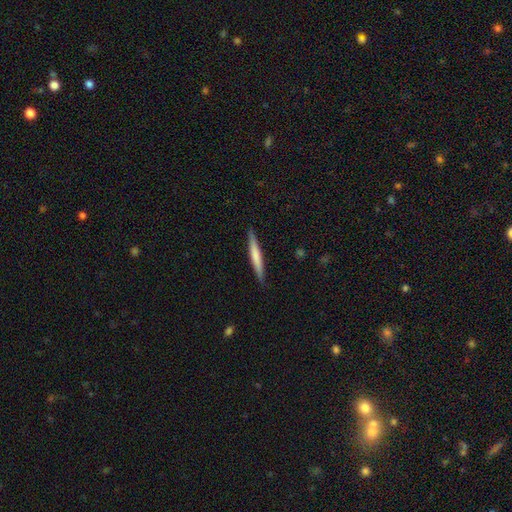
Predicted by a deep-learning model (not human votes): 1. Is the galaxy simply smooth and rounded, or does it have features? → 61% smooth, 34% featured or disk, 5% star or artifact.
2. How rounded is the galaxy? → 96% cigar-shaped, 3% in between, 1% round.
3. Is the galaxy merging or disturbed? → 90% none, 7% minor disturbance, 1% major disturbance, 1% merger.